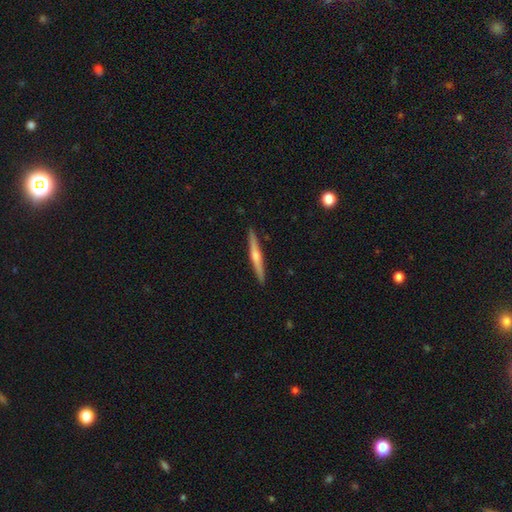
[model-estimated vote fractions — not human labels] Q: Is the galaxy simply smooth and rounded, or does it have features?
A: featured or disk — 68%.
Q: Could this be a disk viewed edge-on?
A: yes — 98%.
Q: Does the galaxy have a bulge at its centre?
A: rounded — 81%.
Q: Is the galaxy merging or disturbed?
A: none — 92%.